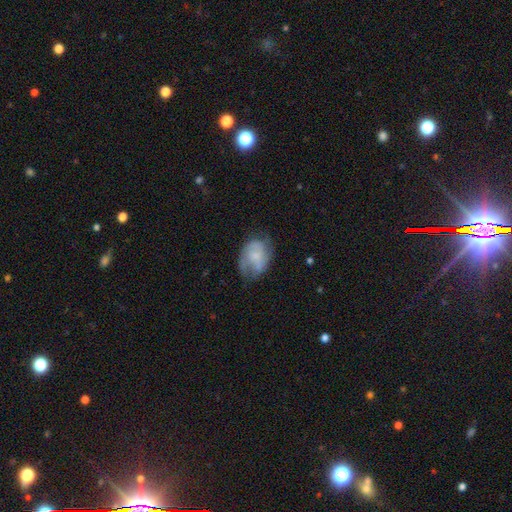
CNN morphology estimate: Smooth or featured: featured or disk — 47% (smooth — 45%)
Merging: none — 46% (minor disturbance — 32%)